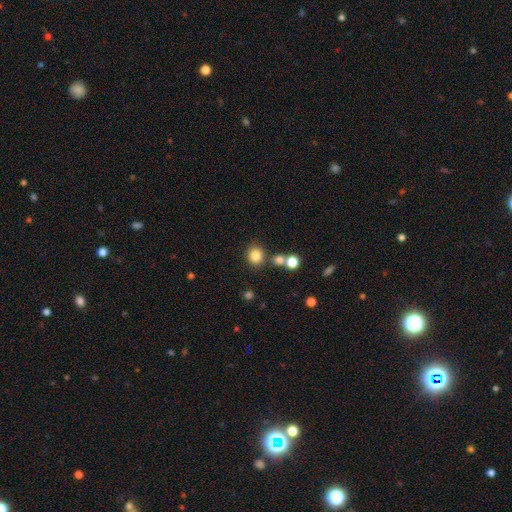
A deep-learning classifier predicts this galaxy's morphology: Q: Smooth or featured?
A: smooth (82%); runner-up: star or artifact (12%)
Q: How rounded?
A: round (82%); runner-up: in between (17%)
Q: Merging?
A: none (77%); runner-up: merger (10%)